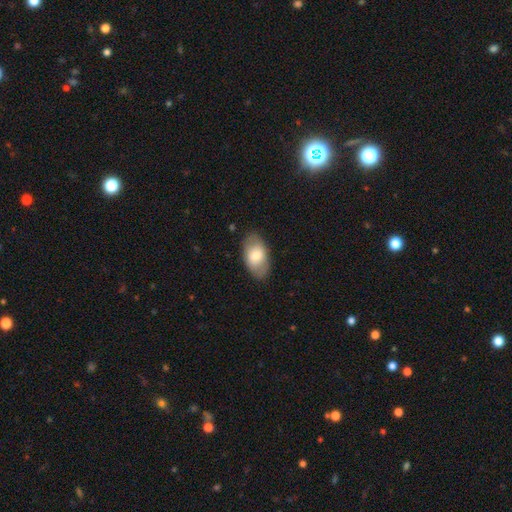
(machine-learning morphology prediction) Smooth or featured: smooth — 70% (featured or disk — 24%)
How rounded: in between — 92% (round — 6%)
Merging: none — 83% (minor disturbance — 13%)